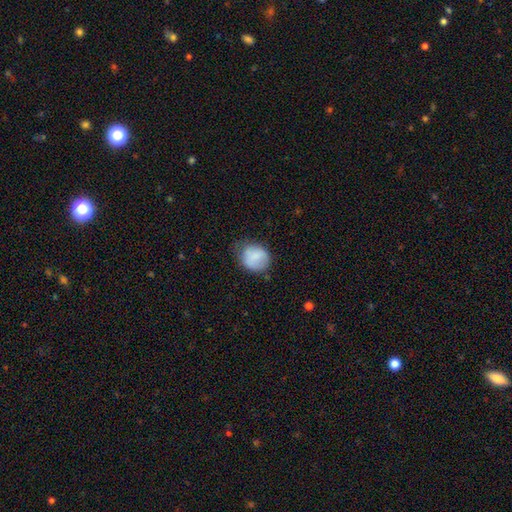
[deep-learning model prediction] Smooth or featured? smooth (82%)
How rounded? round (69%)
Merging? none (54%)